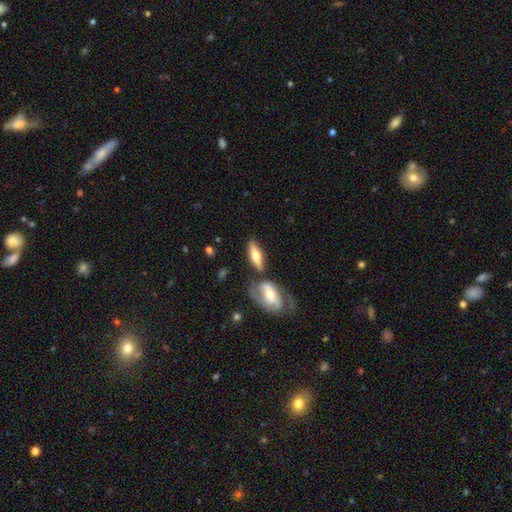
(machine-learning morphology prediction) A smooth galaxy with no disk features (51%) that is in between round and cigar-shaped (55%).

Vote fractions:
- Smooth or featured? smooth: 51% / featured or disk: 44% / star or artifact: 6%
- How rounded? in between: 55% / cigar-shaped: 42% / round: 3%
- Merging? none: 64% / merger: 17% / minor disturbance: 14% / major disturbance: 5%